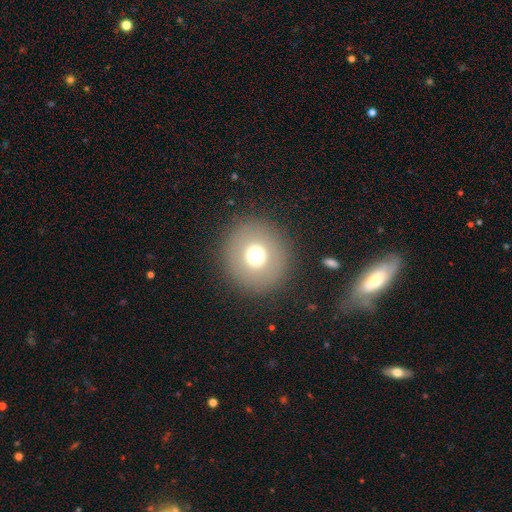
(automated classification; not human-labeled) Smooth or featured? Predicted: smooth (p=0.70). How rounded? Predicted: round (p=0.95). Merging? Predicted: none (p=0.90).